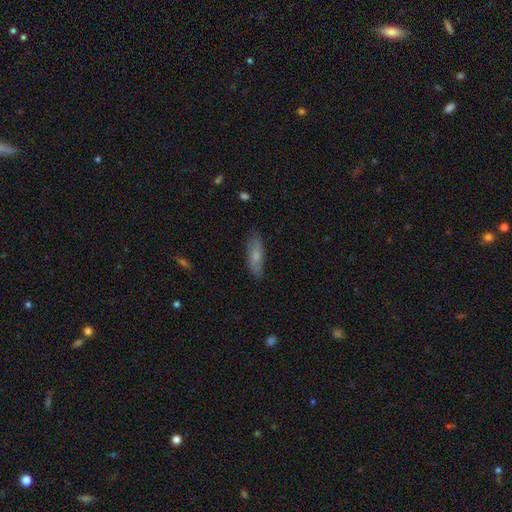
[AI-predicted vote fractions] This appears to be a smooth galaxy with no disk features (69%) that is in between round and cigar-shaped (56%). Merging: none (80%).